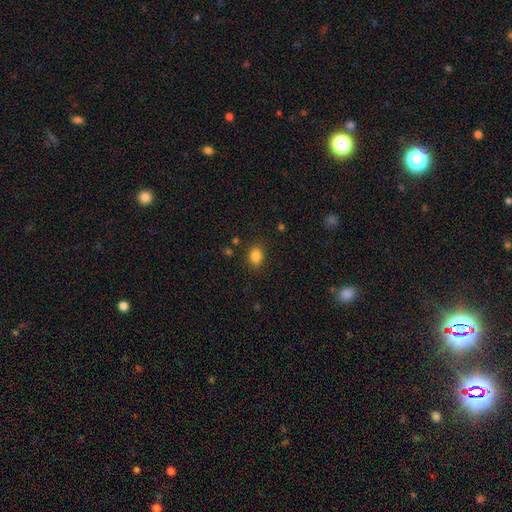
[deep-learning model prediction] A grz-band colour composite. It shows a smooth galaxy with no disk features (85%) that is in between round and cigar-shaped (59%). Merging: none (84%).